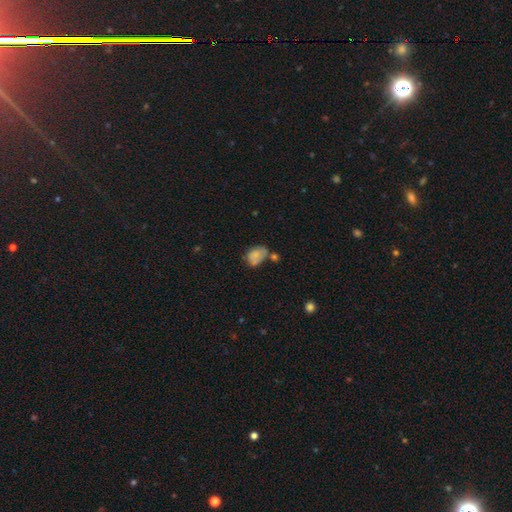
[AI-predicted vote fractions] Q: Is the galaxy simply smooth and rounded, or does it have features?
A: smooth — 68%.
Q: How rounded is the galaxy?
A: in between — 75%.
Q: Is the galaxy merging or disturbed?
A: none — 35%.